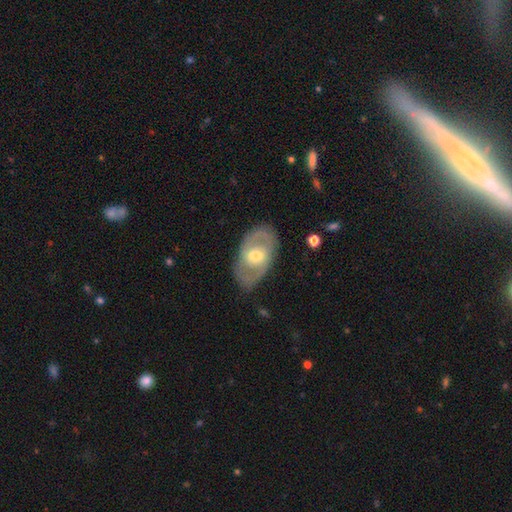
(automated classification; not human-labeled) Morphology: type=featured or disk (65%); edge-on=no (91%); bar=no (59%); spiral arms=no (52%); bulge=moderate (70%); merging=none (78%).